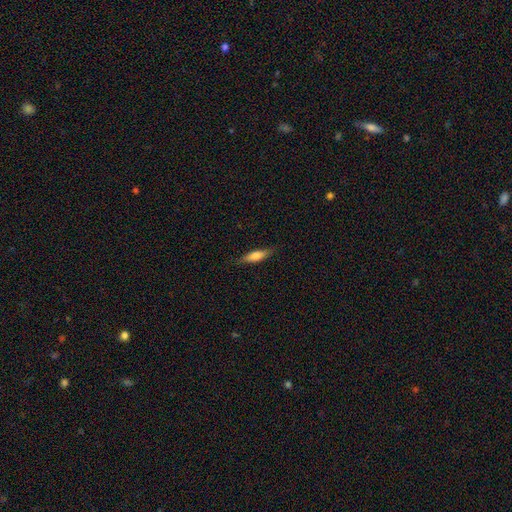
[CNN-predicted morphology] type=smooth (66%); roundness=cigar-shaped (62%); merging=none (83%).